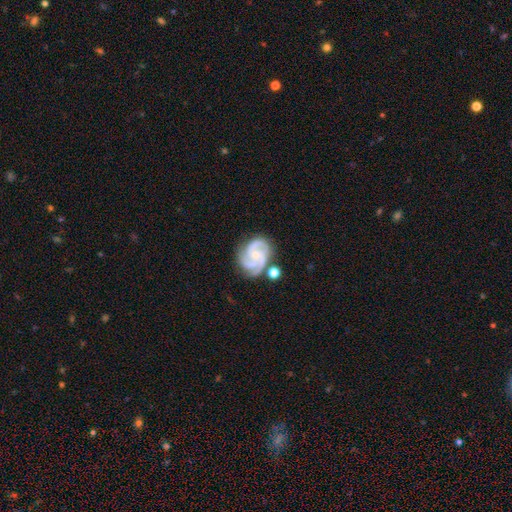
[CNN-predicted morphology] Smooth or featured? featured or disk (91%)
Edge-on disk? no (98%)
Bar? no (69%)
Spiral arms? yes (99%)
Spiral winding? tight (52%)
Spiral arm count? 3 (71%)
Bulge size? small (72%)
Merging? none (73%)